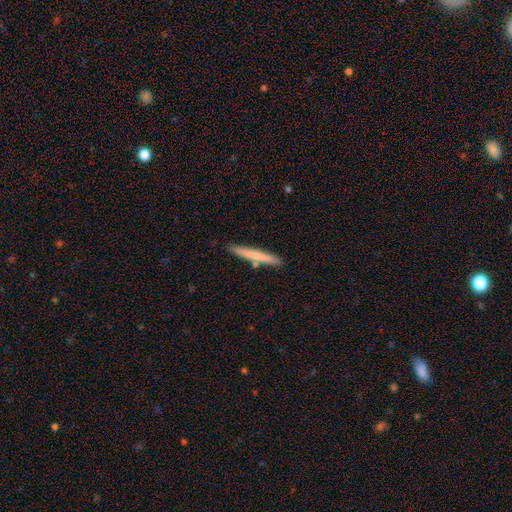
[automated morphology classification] A smooth galaxy with no disk features (68%) that is cigar-shaped (96%). Merging: none (86%).